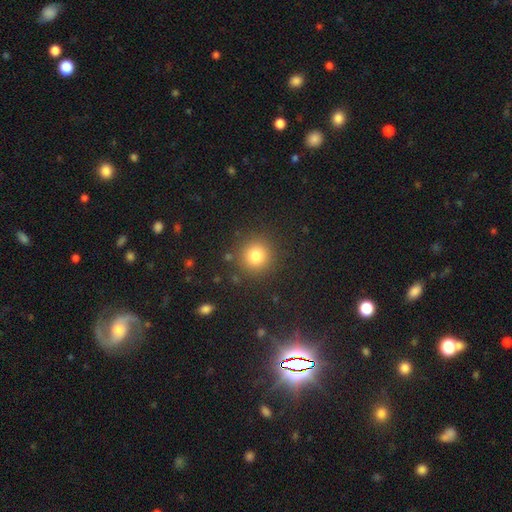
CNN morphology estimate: Smooth or featured: smooth — 81% (star or artifact — 13%)
How rounded: round — 93% (in between — 6%)
Merging: none — 88% (minor disturbance — 7%)